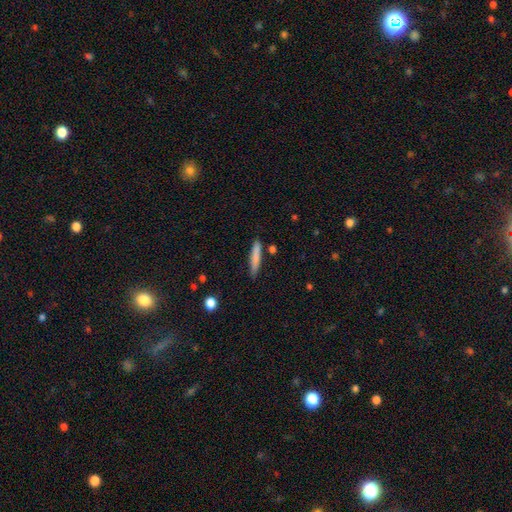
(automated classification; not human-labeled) Smooth or featured? smooth (80%)
How rounded? cigar-shaped (93%)
Merging? none (85%)